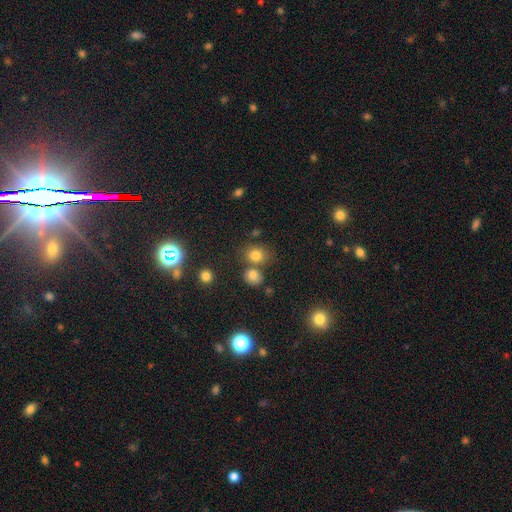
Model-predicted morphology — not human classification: smooth_or_featured: smooth (p=0.77) [alt: star or artifact p=0.15]
how_rounded: round (p=0.63) [alt: in between p=0.36]
merging: none (p=0.60) [alt: merger p=0.25]